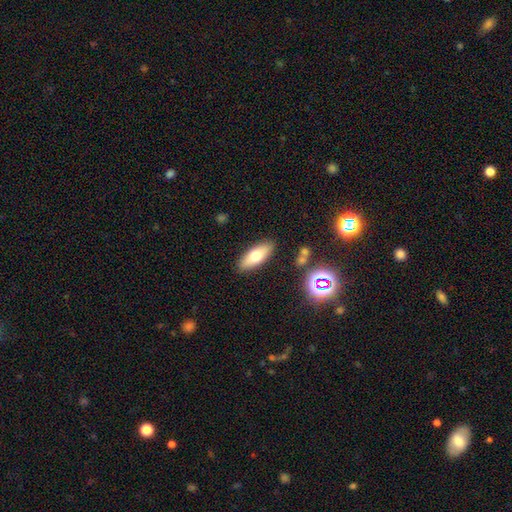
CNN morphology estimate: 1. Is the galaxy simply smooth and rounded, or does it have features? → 67% smooth, 25% featured or disk, 8% star or artifact.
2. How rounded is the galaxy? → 71% in between, 26% cigar-shaped, 3% round.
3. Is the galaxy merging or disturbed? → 87% none, 9% minor disturbance, 2% major disturbance, 2% merger.